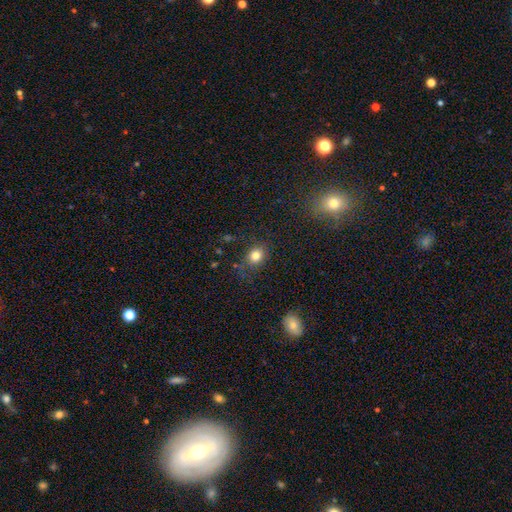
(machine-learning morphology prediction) Q: Smooth or featured?
A: smooth (80%); runner-up: star or artifact (12%)
Q: How rounded?
A: round (62%); runner-up: in between (37%)
Q: Merging?
A: none (77%); runner-up: minor disturbance (15%)